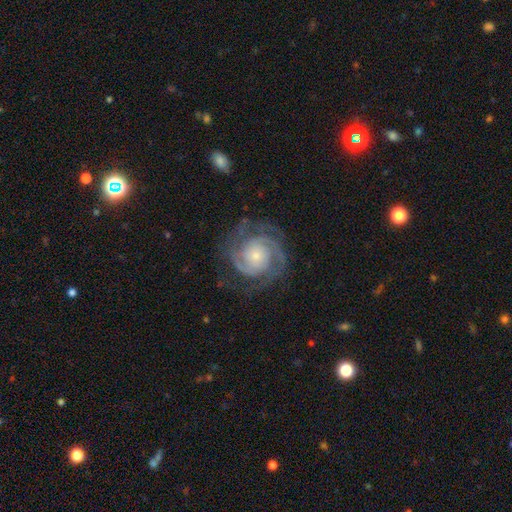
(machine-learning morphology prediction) smooth_or_featured: featured or disk (p=0.88) [alt: smooth p=0.07]
disk_edge_on: no (p=0.98) [alt: yes p=0.02]
bar: no (p=0.76) [alt: weak p=0.19]
has_spiral_arms: yes (p=0.97) [alt: no p=0.03]
spiral_winding: tight (p=0.66) [alt: medium p=0.29]
spiral_arm_count: 2 (p=0.42) [alt: 3 p=0.25]
bulge_size: small (p=0.67) [alt: moderate p=0.24]
merging: none (p=0.76) [alt: minor disturbance p=0.15]